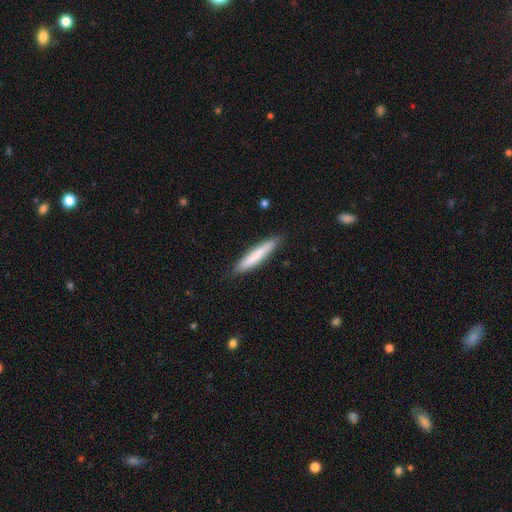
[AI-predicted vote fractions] Q: Smooth or featured?
A: smooth (76%); runner-up: featured or disk (19%)
Q: How rounded?
A: cigar-shaped (93%); runner-up: in between (6%)
Q: Merging?
A: none (89%); runner-up: minor disturbance (9%)